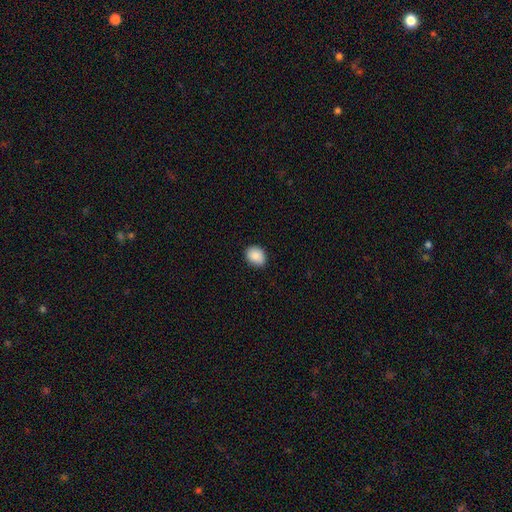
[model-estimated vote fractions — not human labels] smooth 88%, star or artifact 8%, featured or disk 4%. Down the decision tree: how rounded — round (52%); merging — none (84%).